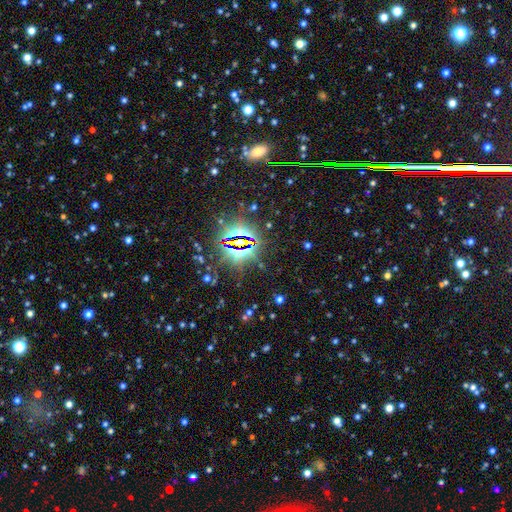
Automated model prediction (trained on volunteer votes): This appears to be a star or artifact, not a galaxy (82%).